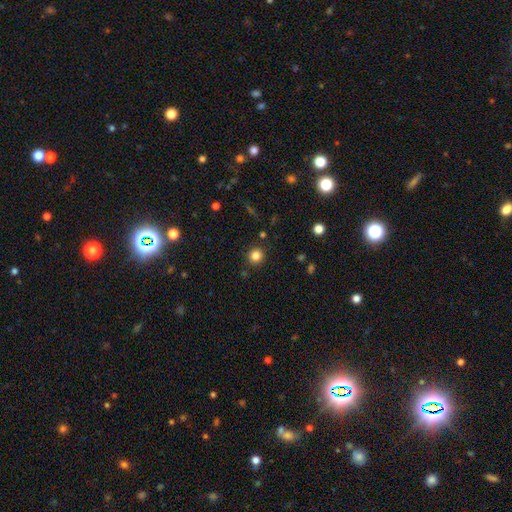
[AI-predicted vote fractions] Smooth or featured? Predicted: smooth (p=0.82). How rounded? Predicted: round (p=0.92). Merging? Predicted: none (p=0.89).